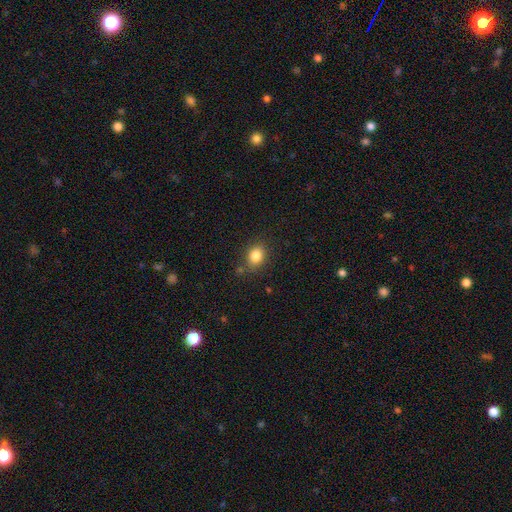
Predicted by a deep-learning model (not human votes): smooth-or-featured: smooth: 84% | star or artifact: 10% | featured or disk: 6%
  how-rounded: in between: 55% | round: 44% | cigar-shaped: 1%
  merging: none: 79% | minor disturbance: 13% | merger: 4% | major disturbance: 4%